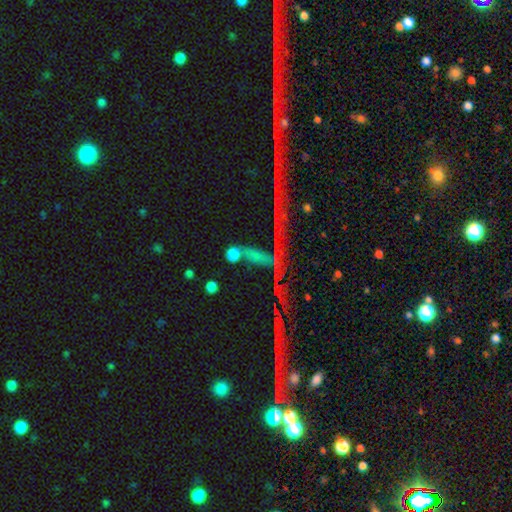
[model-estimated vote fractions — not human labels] Smooth or featured: star or artifact — 44% (smooth — 42%)